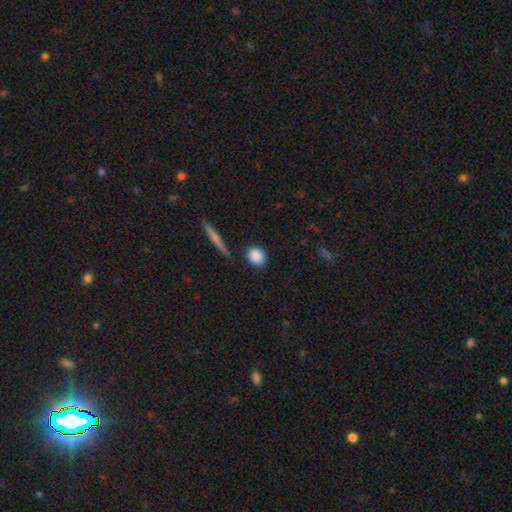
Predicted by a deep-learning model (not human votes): smooth_or_featured: smooth (p=0.87) [alt: star or artifact p=0.08]
how_rounded: round (p=0.67) [alt: in between p=0.30]
merging: none (p=0.84) [alt: minor disturbance p=0.10]